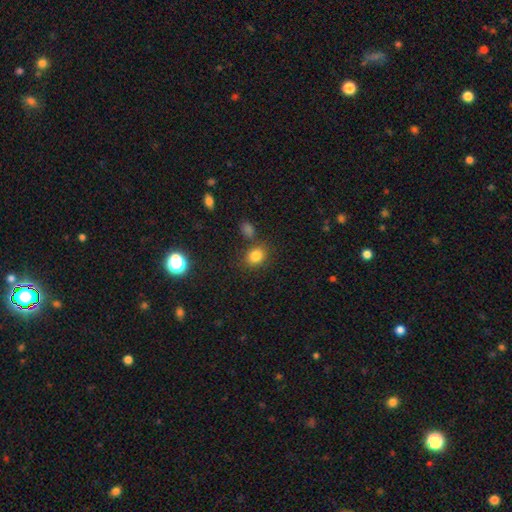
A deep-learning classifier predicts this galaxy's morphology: Q: Smooth or featured?
A: smooth (81%); runner-up: star or artifact (13%)
Q: How rounded?
A: round (59%); runner-up: in between (40%)
Q: Merging?
A: none (75%); runner-up: minor disturbance (12%)